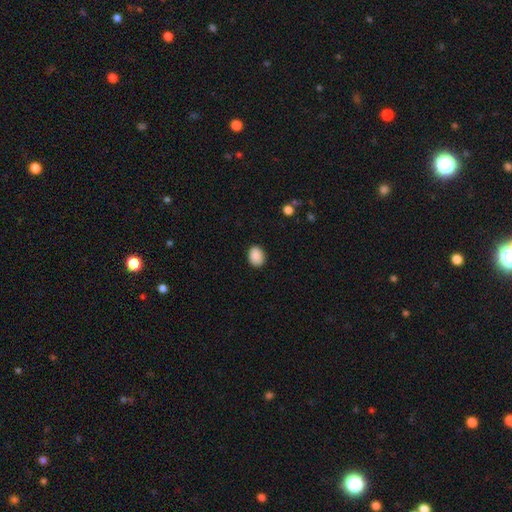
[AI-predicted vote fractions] Overall: smooth (89%). How rounded: in between (59%; round 40%). Merging: none (88%).